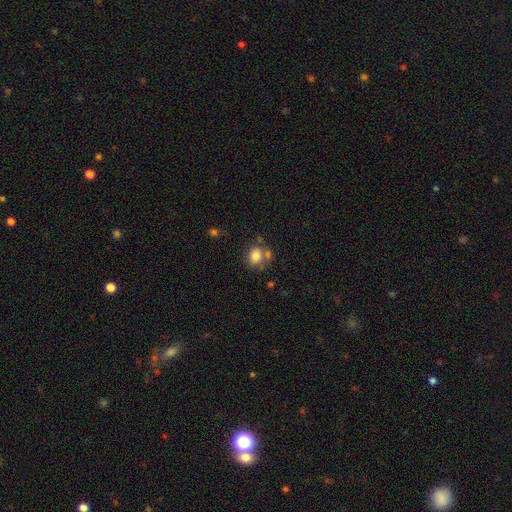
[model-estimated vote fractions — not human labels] Smooth or featured?
  - smooth: 81% *
  - star or artifact: 10%
  - featured or disk: 9%
How rounded?
  - round: 60% *
  - in between: 39%
  - cigar-shaped: 1%
Merging?
  - none: 55% *
  - merger: 23%
  - minor disturbance: 16%
  - major disturbance: 7%